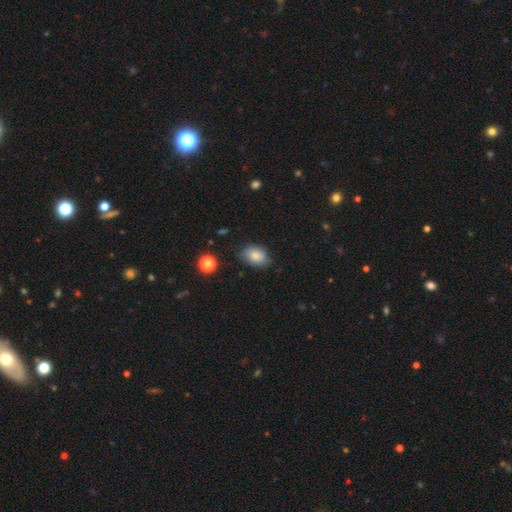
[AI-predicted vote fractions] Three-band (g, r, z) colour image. It shows a smooth galaxy with no disk features (80%) that is in between round and cigar-shaped (83%). Merging: none (74%).